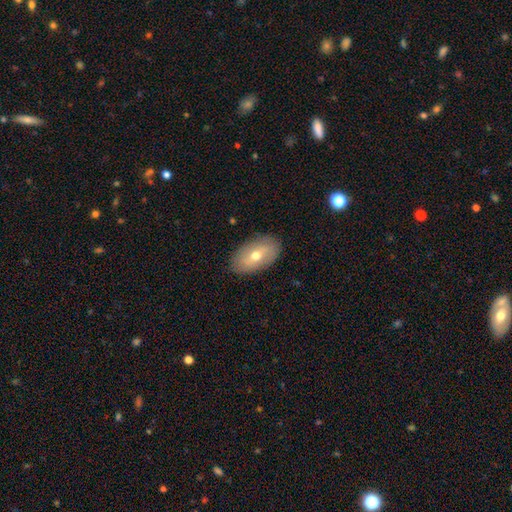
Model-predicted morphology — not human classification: The model was most divided on "smooth or featured": smooth: 58%, featured or disk: 35%, star or artifact: 8%. More confident: how rounded — in between (92%); merging — none (86%).